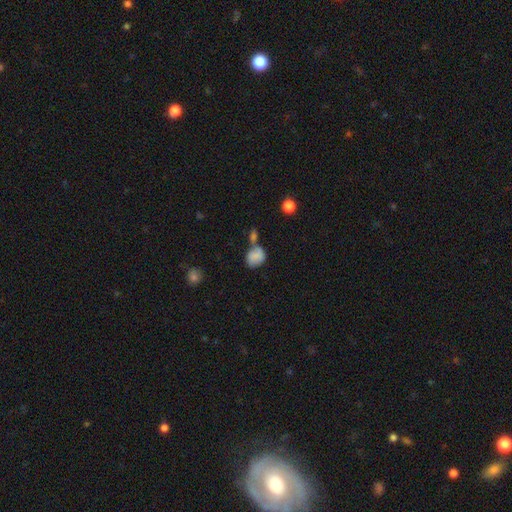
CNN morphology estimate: A smooth galaxy with no disk features (79%) that is in between round and cigar-shaped (53%). Merging: none (37%).